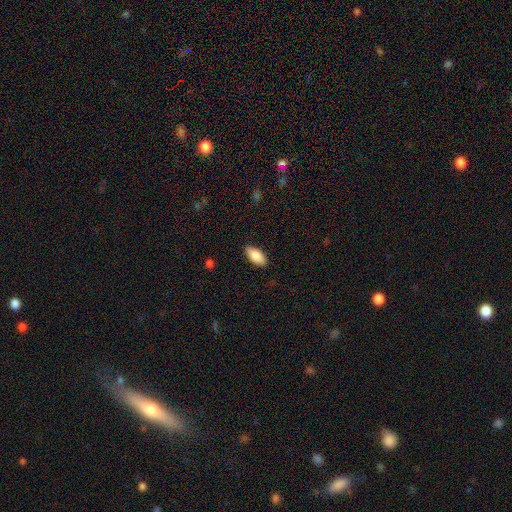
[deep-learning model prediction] Smooth or featured? smooth (85%)
How rounded? in between (88%)
Merging? none (87%)